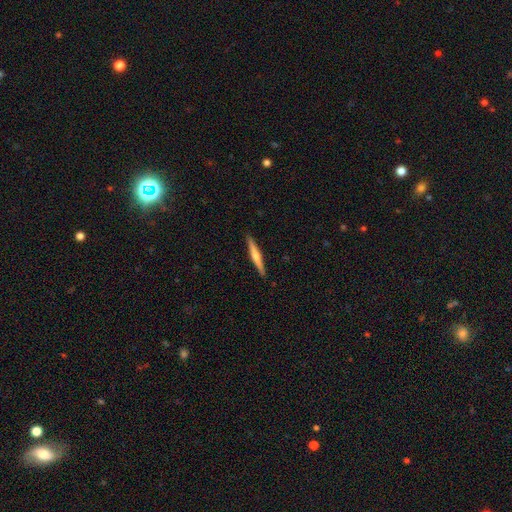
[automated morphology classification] A featured or disk galaxy (50%).

Vote fractions:
- Smooth or featured? featured or disk: 50% / smooth: 45% / star or artifact: 5%
- Merging? none: 91% / minor disturbance: 6% / major disturbance: 1% / merger: 1%